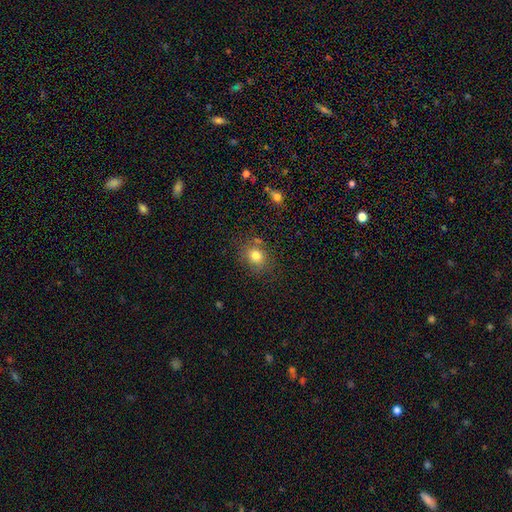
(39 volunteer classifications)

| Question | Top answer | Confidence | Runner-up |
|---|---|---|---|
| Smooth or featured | smooth | 85% | featured or disk (8%) |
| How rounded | round | 67% | in between (33%) |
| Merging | none | 72% | minor disturbance (14%) |